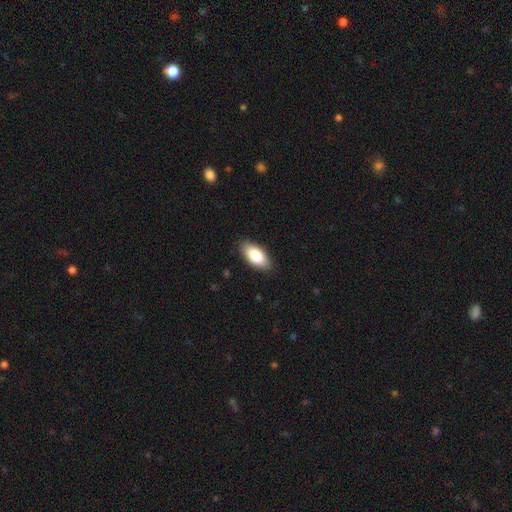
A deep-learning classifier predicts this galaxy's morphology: The model was most divided on "merging": none: 87%, minor disturbance: 10%, major disturbance: 2%, merger: 1%. More confident: how rounded — in between (91%); smooth or featured — smooth (85%).